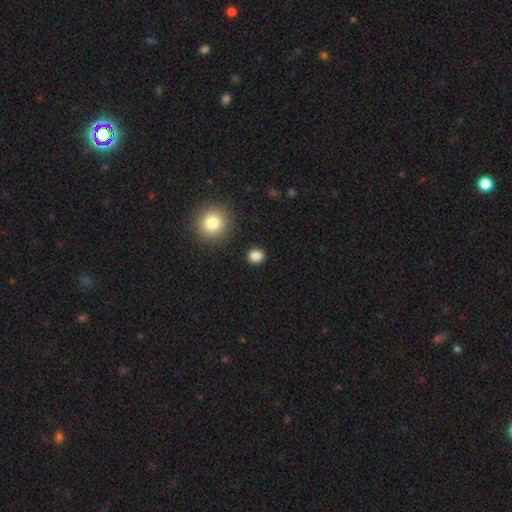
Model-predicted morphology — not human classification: This is clearly a smooth galaxy (85%). How rounded: clearly round (83%). Merging: clearly none (90%).